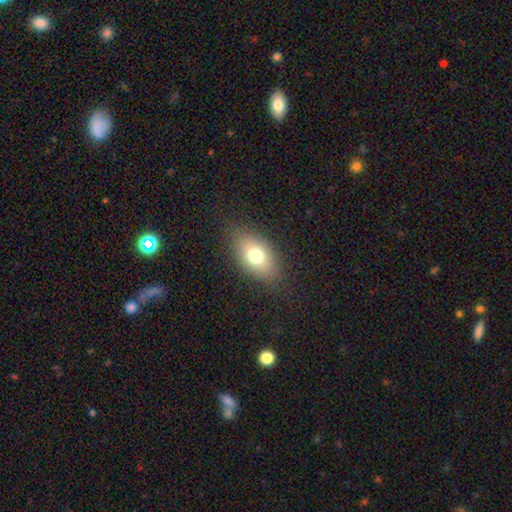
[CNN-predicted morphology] smooth 73%, featured or disk 17%, star or artifact 11%. Down the decision tree: how rounded — in between (85%); merging — none (83%).